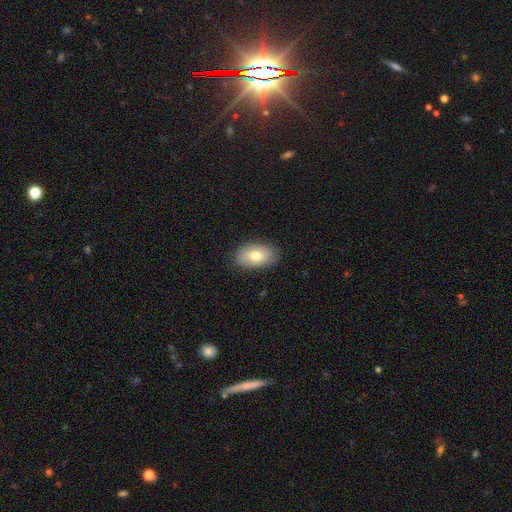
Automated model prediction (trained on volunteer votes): Q: Smooth or featured?
A: smooth (69%); runner-up: featured or disk (25%)
Q: How rounded?
A: in between (92%); runner-up: round (7%)
Q: Merging?
A: none (83%); runner-up: minor disturbance (13%)